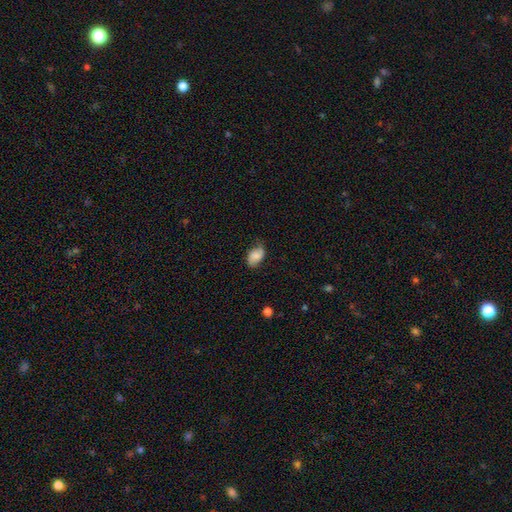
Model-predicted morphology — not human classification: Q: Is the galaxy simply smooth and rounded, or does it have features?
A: smooth — 72%.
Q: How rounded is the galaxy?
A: in between — 89%.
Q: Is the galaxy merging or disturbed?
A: none — 66%.